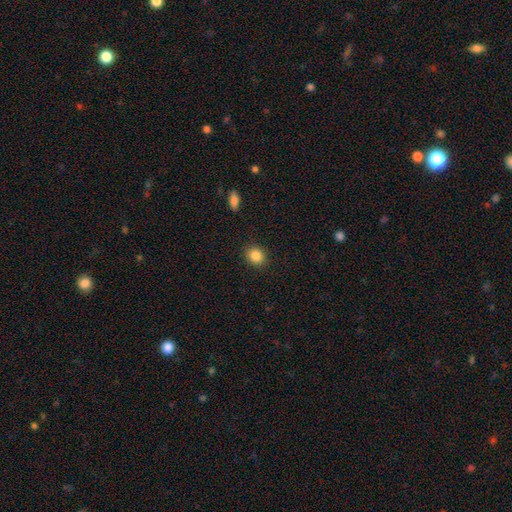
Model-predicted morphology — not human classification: Overall: smooth (85%). How rounded: round (70%). Merging: none (90%).